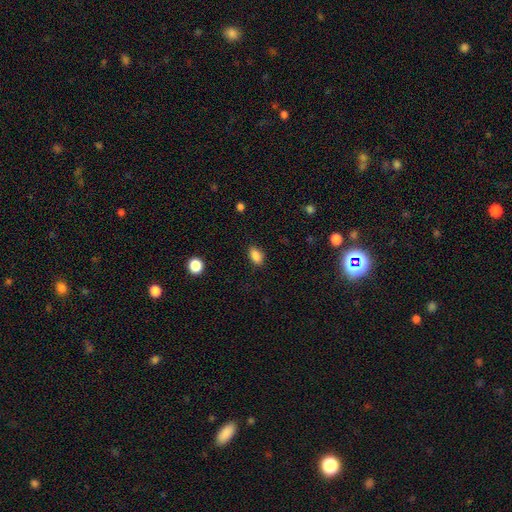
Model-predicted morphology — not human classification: Overall: smooth (87%). How rounded: in between (87%). Merging: none (85%).